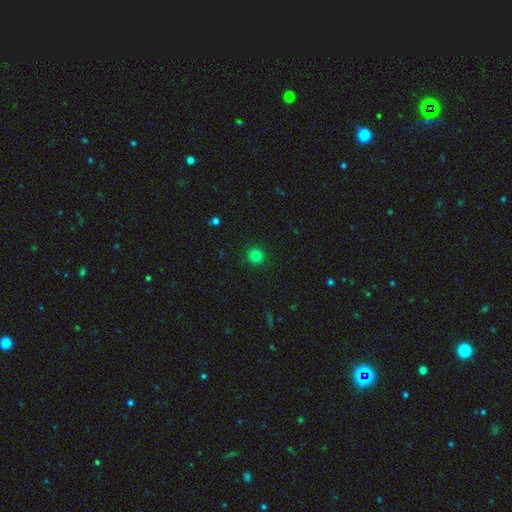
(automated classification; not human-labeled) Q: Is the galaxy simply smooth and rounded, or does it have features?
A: smooth — 82%.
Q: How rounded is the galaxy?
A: round — 93%.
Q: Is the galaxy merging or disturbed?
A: none — 91%.